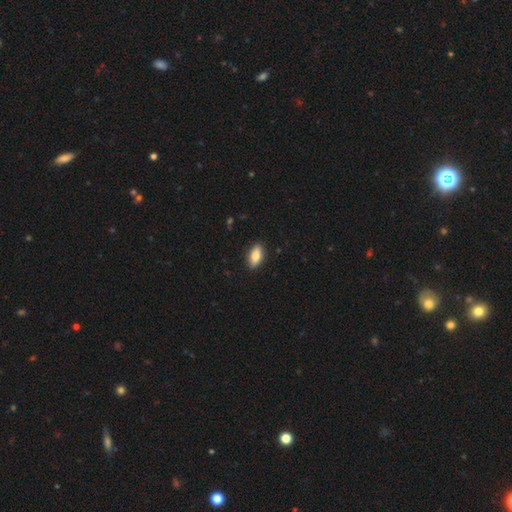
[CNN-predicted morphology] This appears to be a smooth galaxy with no disk features (82%) that is in between round and cigar-shaped (86%). Merging: none (90%).